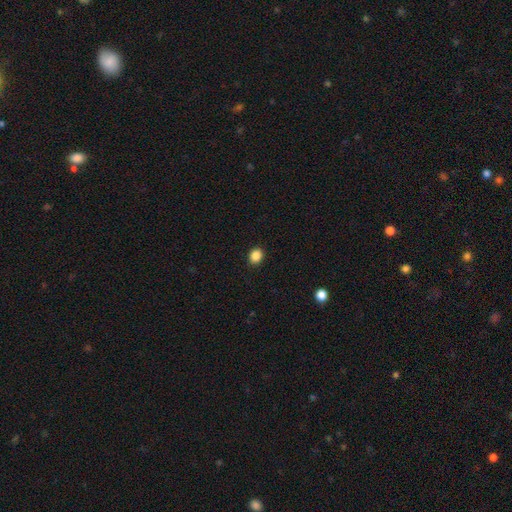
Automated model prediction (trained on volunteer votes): A smooth galaxy with no disk features (87%) that is round (60%).

Vote fractions:
- Smooth or featured? smooth: 87% / star or artifact: 10% / featured or disk: 3%
- How rounded? round: 60% / in between: 40% / cigar-shaped: 1%
- Merging? none: 91% / minor disturbance: 7% / major disturbance: 2% / merger: 1%